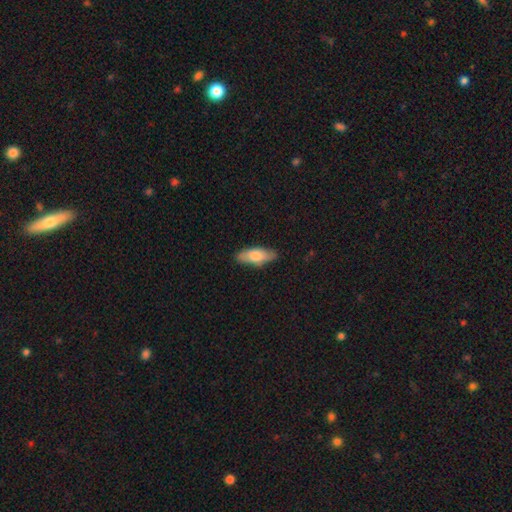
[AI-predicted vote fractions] Q: Smooth or featured?
A: smooth (73%); runner-up: featured or disk (22%)
Q: How rounded?
A: in between (70%); runner-up: cigar-shaped (28%)
Q: Merging?
A: none (85%); runner-up: minor disturbance (12%)